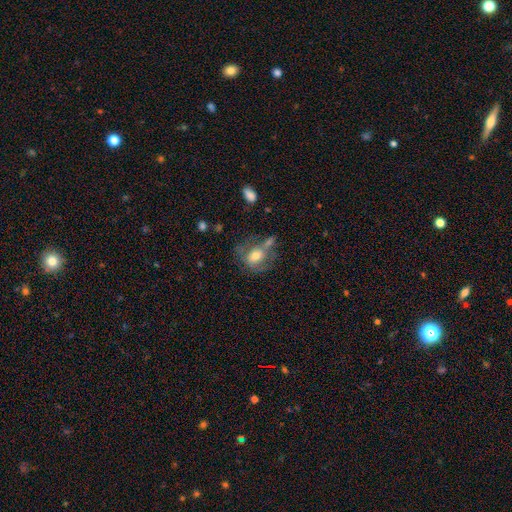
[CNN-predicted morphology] Q: Smooth or featured?
A: smooth (57%); runner-up: featured or disk (34%)
Q: How rounded?
A: in between (51%); runner-up: round (48%)
Q: Merging?
A: none (37%); runner-up: merger (23%)